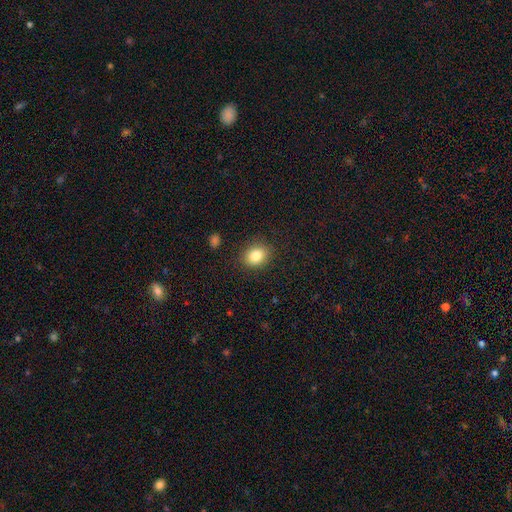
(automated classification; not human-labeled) Smooth or featured?
  - smooth: 83% *
  - star or artifact: 9%
  - featured or disk: 8%
How rounded?
  - in between: 52% *
  - round: 48%
  - cigar-shaped: 1%
Merging?
  - none: 87% *
  - minor disturbance: 9%
  - major disturbance: 3%
  - merger: 1%